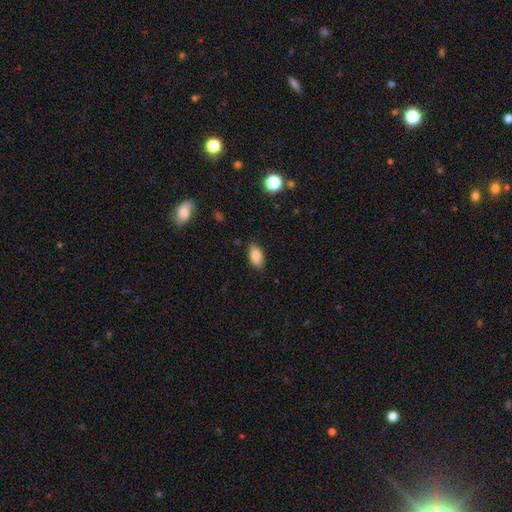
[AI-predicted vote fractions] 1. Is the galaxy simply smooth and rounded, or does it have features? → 87% smooth, 8% star or artifact, 5% featured or disk.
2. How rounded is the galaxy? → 92% in between, 5% round, 3% cigar-shaped.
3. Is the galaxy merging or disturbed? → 80% none, 15% minor disturbance, 3% major disturbance, 1% merger.